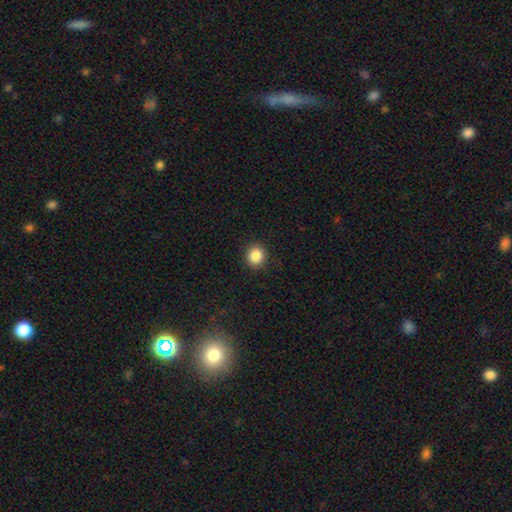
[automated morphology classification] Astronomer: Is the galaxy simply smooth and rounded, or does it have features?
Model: smooth — 87%.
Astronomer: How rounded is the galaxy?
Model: round — 86%.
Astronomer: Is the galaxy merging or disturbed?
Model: none — 90%.